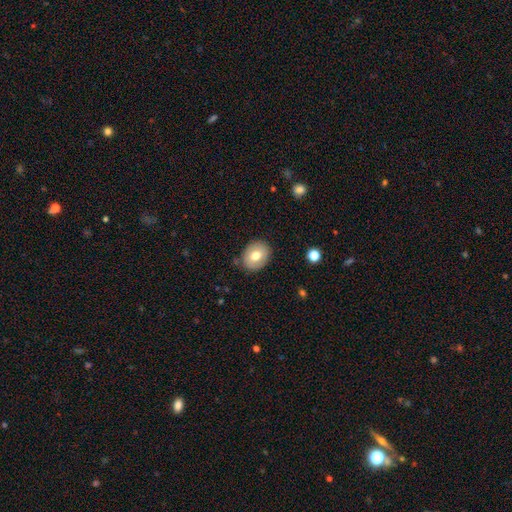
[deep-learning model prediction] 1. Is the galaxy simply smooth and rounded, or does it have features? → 71% smooth, 22% featured or disk, 8% star or artifact.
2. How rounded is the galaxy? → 51% round, 48% in between, 1% cigar-shaped.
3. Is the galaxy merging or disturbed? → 85% none, 11% minor disturbance, 3% major disturbance, 2% merger.